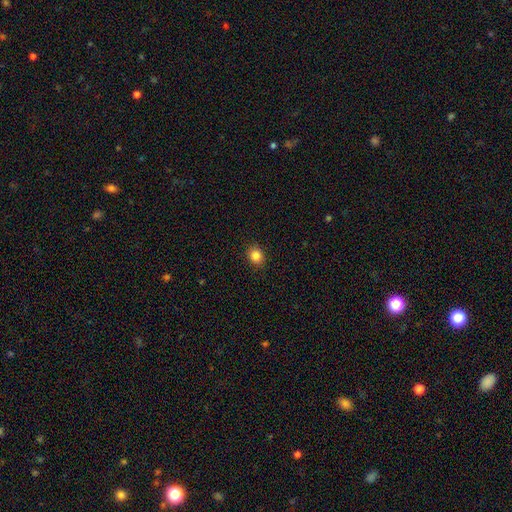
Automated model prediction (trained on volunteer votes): Smooth or featured: smooth — 85% (star or artifact — 11%)
How rounded: round — 66% (in between — 33%)
Merging: none — 90% (minor disturbance — 7%)